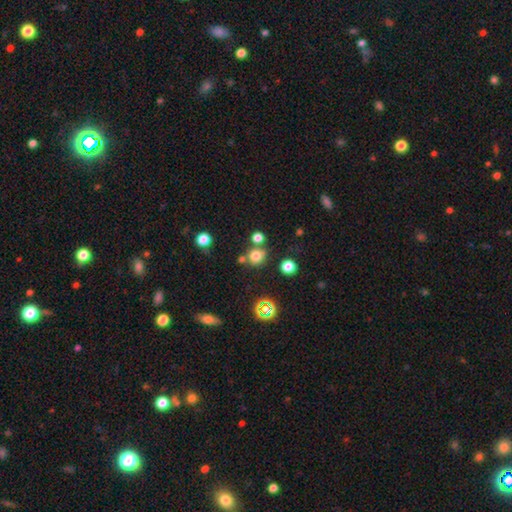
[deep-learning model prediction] A smooth galaxy with no disk features (73%) that is round (85%). Merging: none (68%).